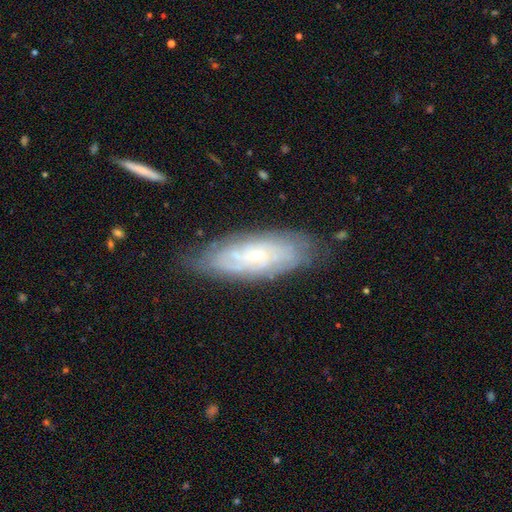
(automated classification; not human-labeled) A featured or disk galaxy (73%) with no bar (73%), tight (73%) spiral arms (87%) and a small central bulge (76%).

Vote fractions:
- Smooth or featured? featured or disk: 73% / smooth: 20% / star or artifact: 7%
- Edge-on disk? no: 88% / yes: 12%
- Bar? no: 73% / weak: 22% / strong: 5%
- Spiral arms? yes: 87% / no: 13%
- Spiral winding? tight: 73% / medium: 22% / loose: 5%
- Spiral arm count? can't tell: 57% / 2: 15% / 3: 10% / 4: 9% / more than 4: 5% / 1: 4%
- Bulge size? small: 76% / moderate: 20% / none: 2% / large: 1% / dominant: 1%
- Merging? none: 75% / minor disturbance: 18% / major disturbance: 5% / merger: 2%